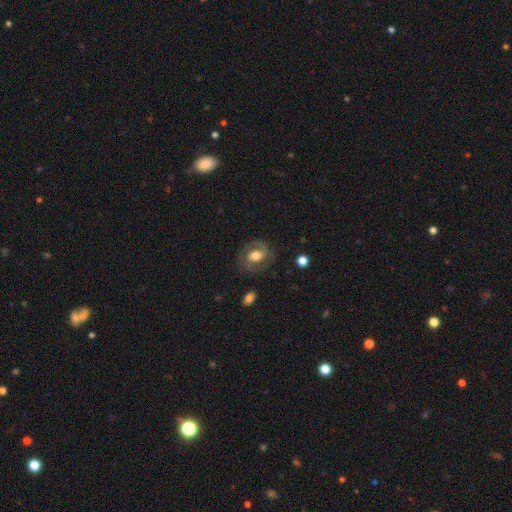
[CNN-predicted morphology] smooth-or-featured: featured or disk: 64% | smooth: 29% | star or artifact: 7%
  disk-edge-on: no: 96% | yes: 4%
    bar: no: 47% | weak: 37% | strong: 17%
    has-spiral-arms: yes: 77% | no: 23%
    bulge-size: moderate: 61% | large: 28% | small: 8% | dominant: 2% | none: 1%
  merging: none: 75% | minor disturbance: 15% | major disturbance: 9% | merger: 1%